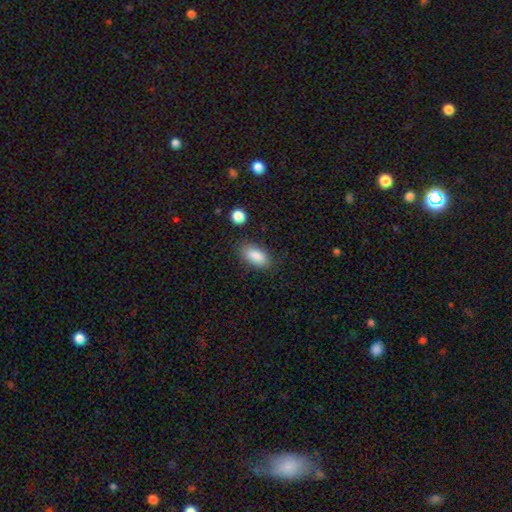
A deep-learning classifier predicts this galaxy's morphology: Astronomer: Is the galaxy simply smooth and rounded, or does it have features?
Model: smooth — 88%.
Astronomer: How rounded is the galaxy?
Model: in between — 90%.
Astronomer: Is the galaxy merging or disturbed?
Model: none — 81%.